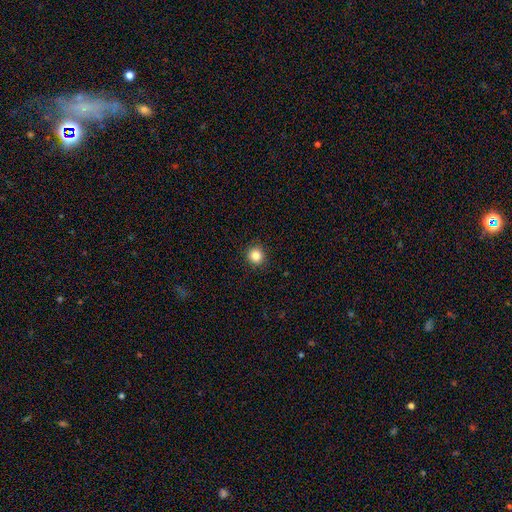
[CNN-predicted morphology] A smooth galaxy with no disk features (85%) that is round (92%). Merging: none (92%).